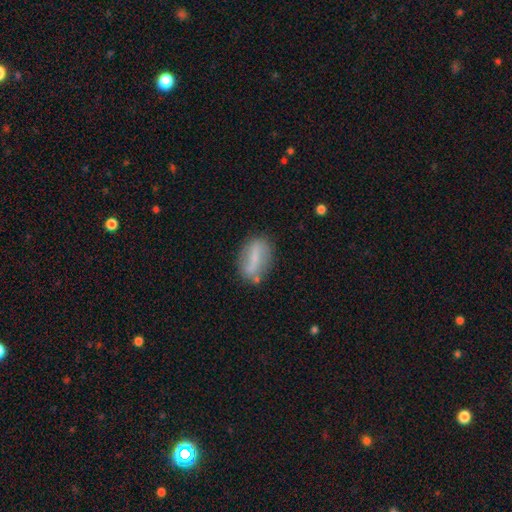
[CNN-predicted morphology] type=smooth (50%); merging=none (71%).